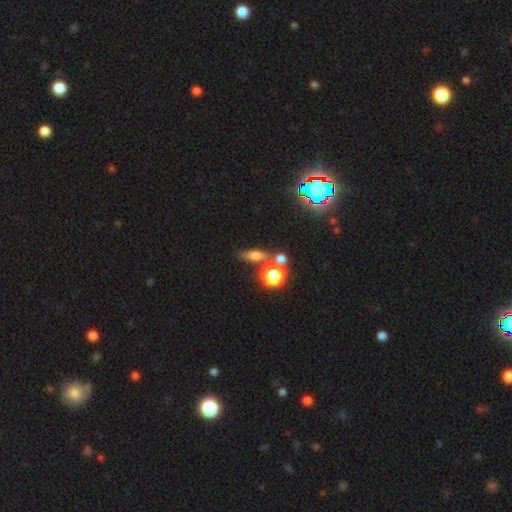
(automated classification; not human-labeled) smooth_or_featured: smooth (p=0.57) [alt: star or artifact p=0.23]
how_rounded: in between (p=0.40) [alt: round p=0.33]
merging: none (p=0.63) [alt: merger p=0.21]